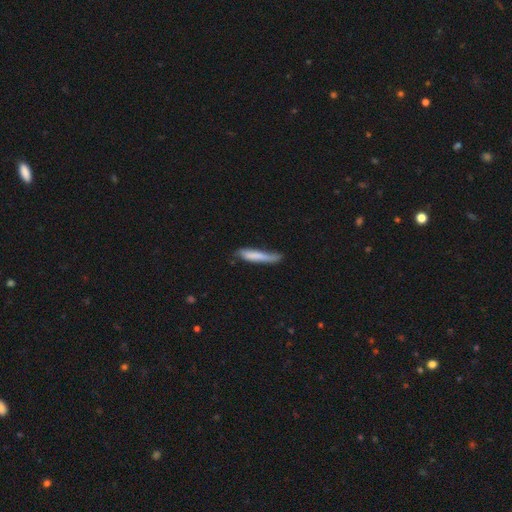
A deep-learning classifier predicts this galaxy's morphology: Smooth or featured? Predicted: smooth (p=0.73). How rounded? Predicted: cigar-shaped (p=0.90). Merging? Predicted: none (p=0.50).